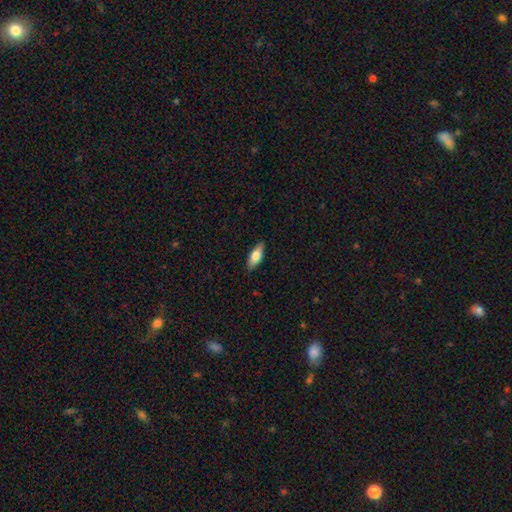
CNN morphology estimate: This is likely a smooth galaxy (74%). How rounded: likely in between (73%). Merging: clearly none (87%).